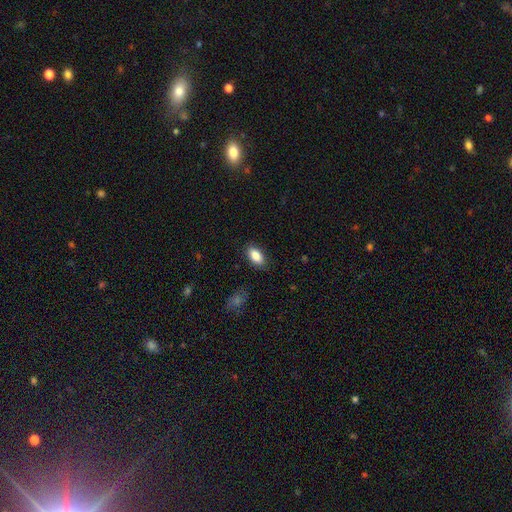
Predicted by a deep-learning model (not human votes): smooth 88%, star or artifact 7%, featured or disk 5%. Down the decision tree: how rounded — in between (92%); merging — none (86%).